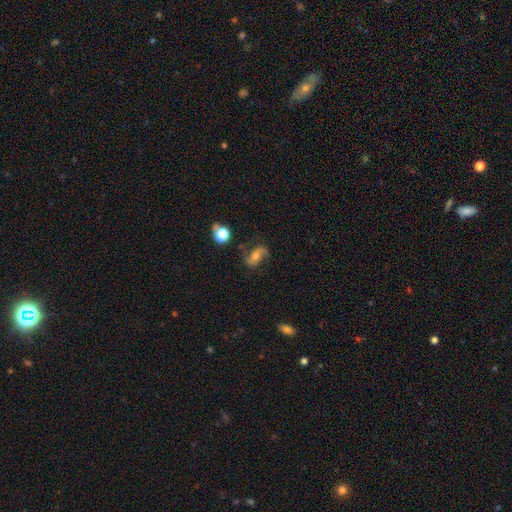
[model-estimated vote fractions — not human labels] Morphology: type=featured or disk (73%); edge-on=no (96%); bar=no (46%); spiral arms=yes (93%); winding=loose (62%); arm count=2 (91%); bulge=moderate (59%); merging=none (73%).